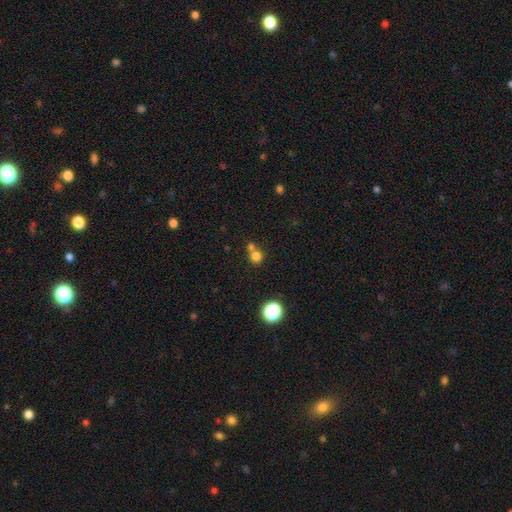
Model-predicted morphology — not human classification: A smooth galaxy with no disk features (77%) that is round (88%).

Vote fractions:
- Smooth or featured? smooth: 77% / star or artifact: 16% / featured or disk: 8%
- How rounded? round: 88% / in between: 11% / cigar-shaped: 1%
- Merging? none: 50% / merger: 41% / minor disturbance: 6% / major disturbance: 3%